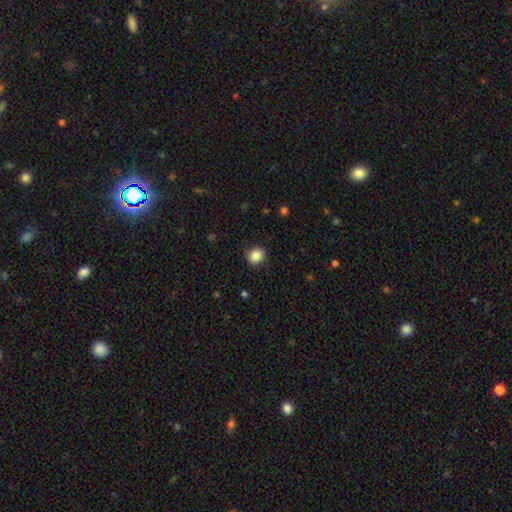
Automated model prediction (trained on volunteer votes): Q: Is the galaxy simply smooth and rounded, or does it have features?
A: smooth — 87%.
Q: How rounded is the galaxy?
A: round — 81%.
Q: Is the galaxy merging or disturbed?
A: none — 89%.